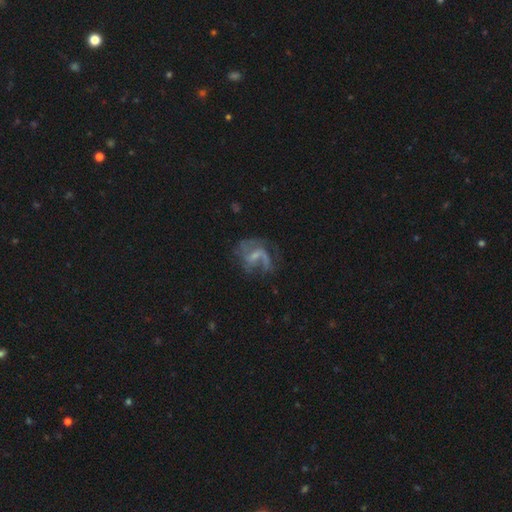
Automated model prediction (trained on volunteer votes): Smooth or featured: featured or disk — 73% (smooth — 17%)
Edge-on disk: no — 97% (yes — 3%)
Bar: weak — 48% (no — 34%)
Spiral arms: yes — 79% (no — 21%)
Spiral winding: loose — 50% (medium — 38%)
Spiral arm count: 2 — 41% (1 — 30%)
Bulge size: small — 48% (none — 27%)
Merging: none — 42% (major disturbance — 34%)